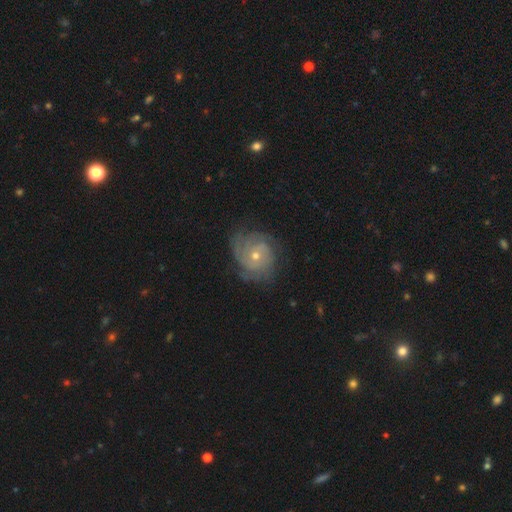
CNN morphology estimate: smooth_or_featured: featured or disk (p=0.82) [alt: smooth p=0.11]
disk_edge_on: no (p=0.97) [alt: yes p=0.03]
bar: no (p=0.77) [alt: weak p=0.20]
has_spiral_arms: yes (p=0.95) [alt: no p=0.05]
spiral_winding: tight (p=0.65) [alt: medium p=0.27]
spiral_arm_count: can't tell (p=0.30) [alt: 3 p=0.28]
bulge_size: small (p=0.53) [alt: moderate p=0.44]
merging: none (p=0.72) [alt: minor disturbance p=0.19]